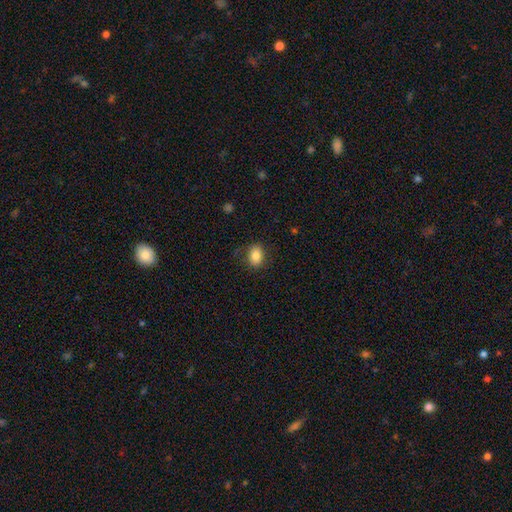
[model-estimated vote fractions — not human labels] Overall: smooth (83%). How rounded: in between (75%). Merging: none (81%).